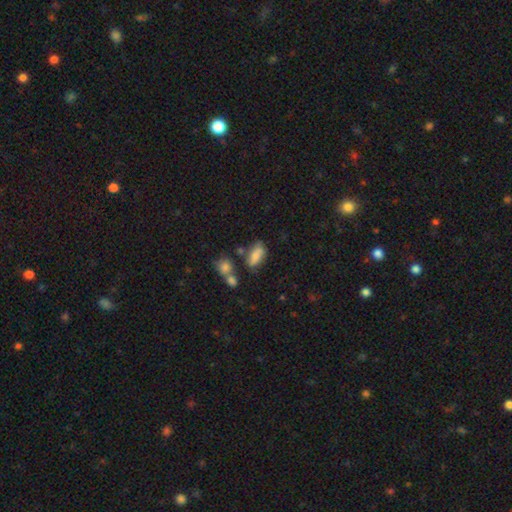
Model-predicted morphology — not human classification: Q: Smooth or featured?
A: smooth (73%); runner-up: featured or disk (18%)
Q: How rounded?
A: in between (85%); runner-up: cigar-shaped (10%)
Q: Merging?
A: none (53%); runner-up: minor disturbance (24%)